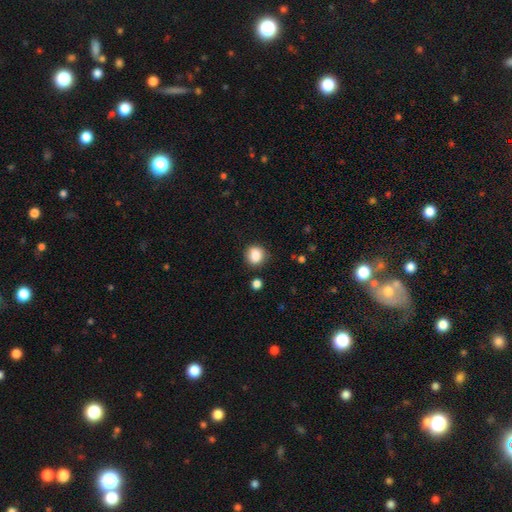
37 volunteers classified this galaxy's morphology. smooth_or_featured: smooth (p=0.97) [alt: featured or disk p=0.03]
how_rounded: round (p=0.81) [alt: in between p=0.19]
merging: none (p=0.84) [alt: minor disturbance p=0.08]